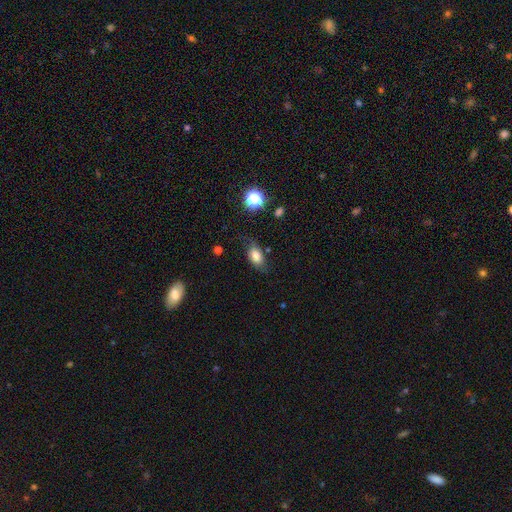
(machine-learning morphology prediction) Smooth or featured? Predicted: smooth (p=0.74). How rounded? Predicted: in between (p=0.86). Merging? Predicted: none (p=0.66).